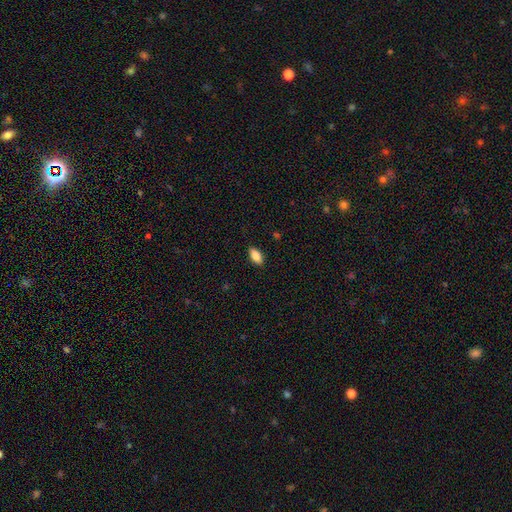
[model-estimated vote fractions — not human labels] A smooth galaxy with no disk features (84%) that is in between round and cigar-shaped (90%). Merging: none (88%).